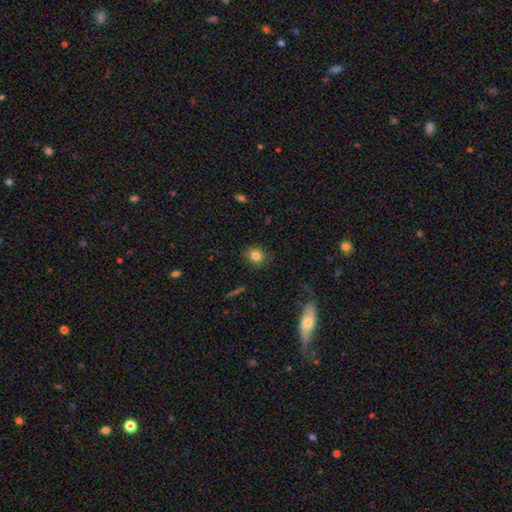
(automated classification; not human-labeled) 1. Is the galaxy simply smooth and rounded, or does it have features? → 83% smooth, 10% star or artifact, 6% featured or disk.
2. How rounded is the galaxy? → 74% round, 25% in between, 1% cigar-shaped.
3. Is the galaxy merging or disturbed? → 86% none, 10% minor disturbance, 3% major disturbance, 1% merger.